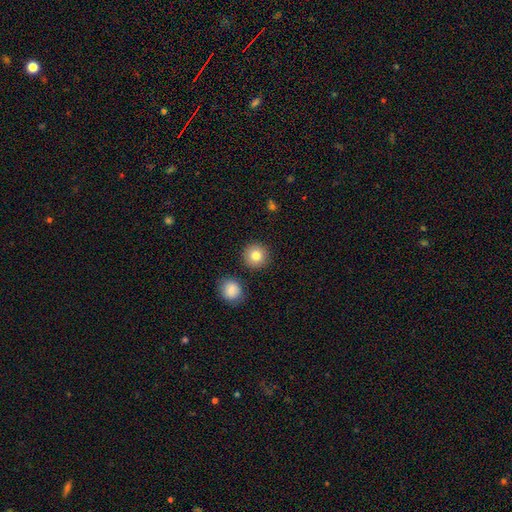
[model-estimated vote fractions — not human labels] Smooth or featured? Predicted: smooth (p=0.82). How rounded? Predicted: round (p=0.94). Merging? Predicted: none (p=0.89).